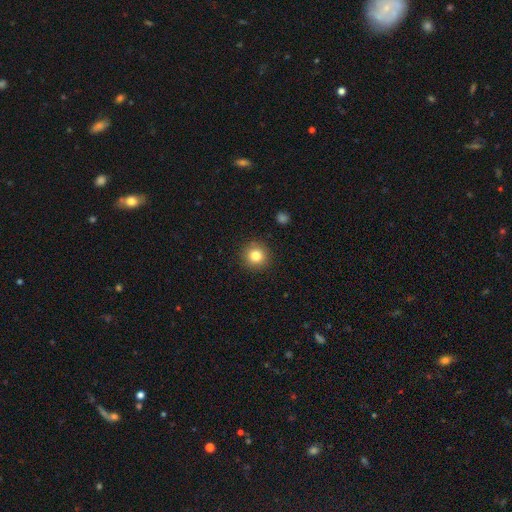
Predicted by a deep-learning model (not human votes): A smooth galaxy with no disk features (82%) that is round (93%). Merging: none (91%).